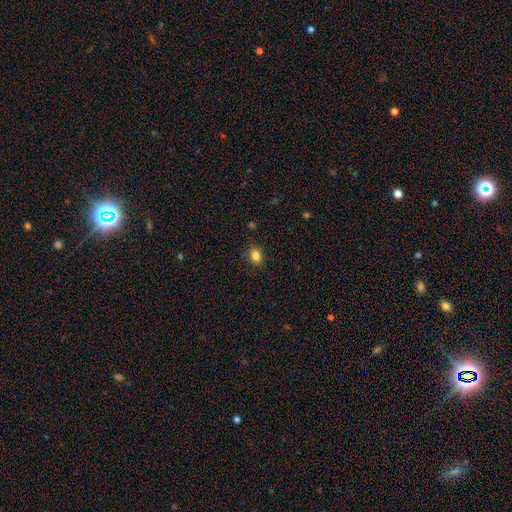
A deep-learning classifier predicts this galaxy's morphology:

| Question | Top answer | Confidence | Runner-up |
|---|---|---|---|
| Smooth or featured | smooth | 84% | star or artifact (11%) |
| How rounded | in between | 56% | round (43%) |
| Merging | none | 87% | minor disturbance (10%) |